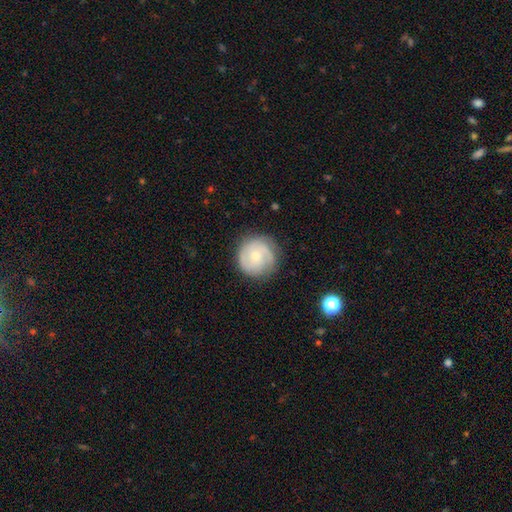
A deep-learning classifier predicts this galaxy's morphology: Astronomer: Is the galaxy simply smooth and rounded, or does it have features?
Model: featured or disk — 62%.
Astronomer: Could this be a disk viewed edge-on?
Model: no — 98%.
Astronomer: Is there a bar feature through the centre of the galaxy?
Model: no — 71%.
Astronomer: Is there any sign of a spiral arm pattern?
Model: yes — 86%.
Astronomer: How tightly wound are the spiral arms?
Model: tight — 51% (runner-up: medium, 36%).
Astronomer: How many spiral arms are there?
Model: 2 — 50%.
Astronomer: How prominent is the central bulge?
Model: small — 48% (runner-up: moderate, 47%).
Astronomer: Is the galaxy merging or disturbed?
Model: none — 80%.